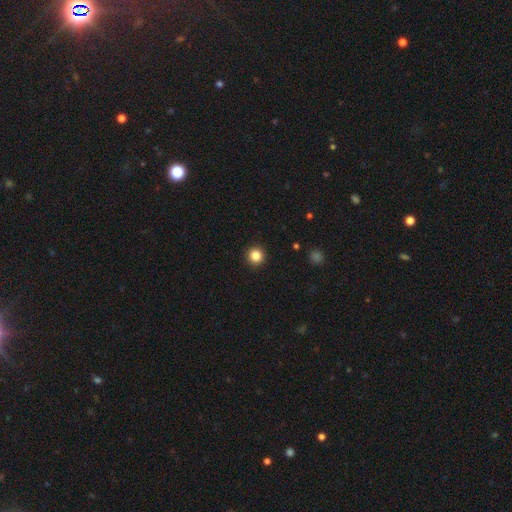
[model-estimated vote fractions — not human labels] smooth 85%, star or artifact 11%, featured or disk 4%. Down the decision tree: how rounded — round (96%); merging — none (93%).